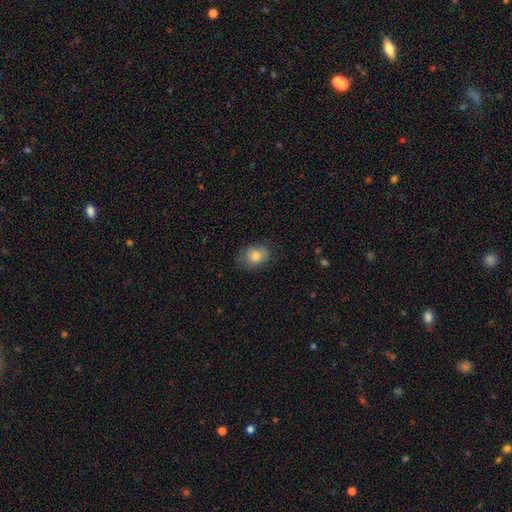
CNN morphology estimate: type=smooth (82%); roundness=in between (72%); merging=none (75%).